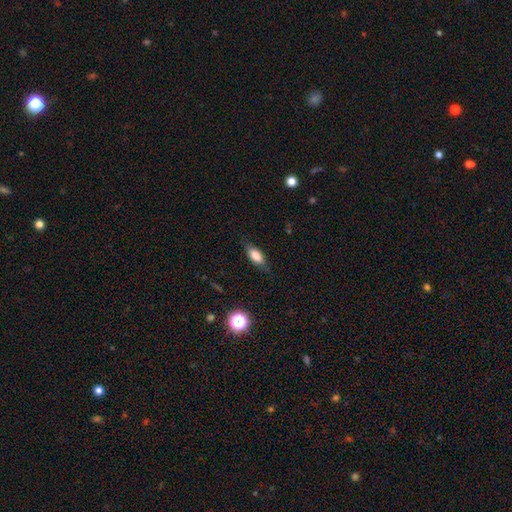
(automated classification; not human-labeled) This appears to be a smooth galaxy with no disk features (76%) that is in between round and cigar-shaped (77%). Merging: none (77%).